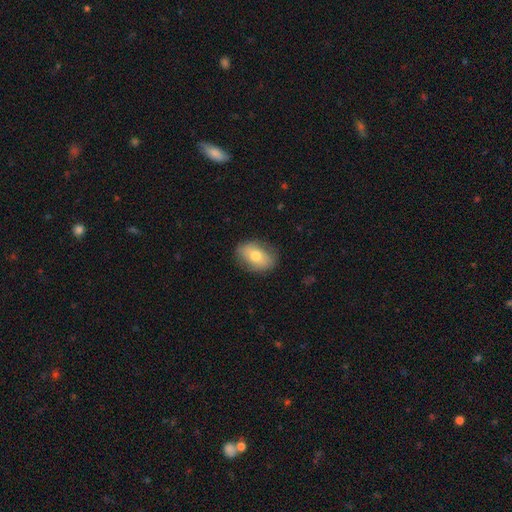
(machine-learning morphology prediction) This appears to be a smooth galaxy with no disk features (70%) that is in between round and cigar-shaped (77%). Merging: none (81%).